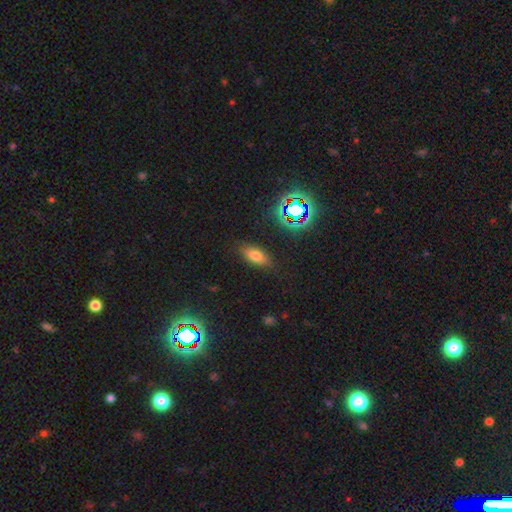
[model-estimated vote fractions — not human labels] A smooth galaxy with no disk features (68%) that is in between round and cigar-shaped (78%).

Vote fractions:
- Smooth or featured? smooth: 68% / star or artifact: 18% / featured or disk: 14%
- How rounded? in between: 78% / cigar-shaped: 17% / round: 5%
- Merging? none: 83% / minor disturbance: 12% / major disturbance: 4% / merger: 2%